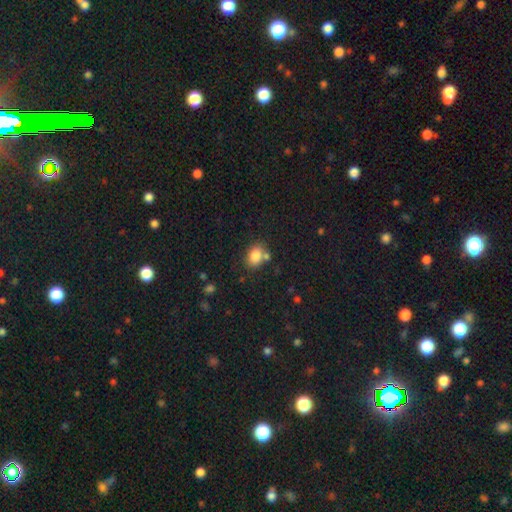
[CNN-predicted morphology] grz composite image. It shows a smooth galaxy with no disk features (84%) that is in between round and cigar-shaped (67%). Merging: none (63%).